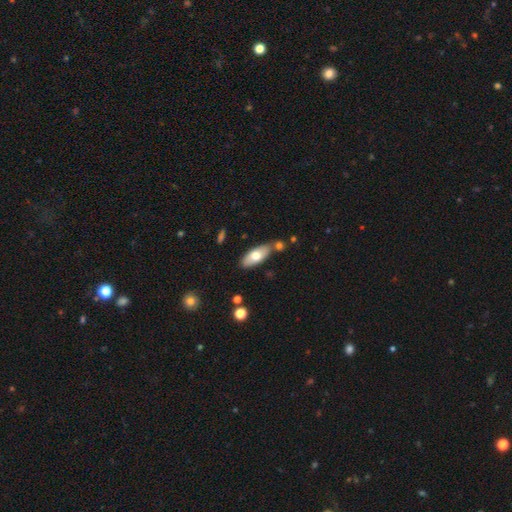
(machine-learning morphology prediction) Smooth or featured? Predicted: smooth (p=0.67). How rounded? Predicted: in between (p=0.81). Merging? Predicted: none (p=0.71).